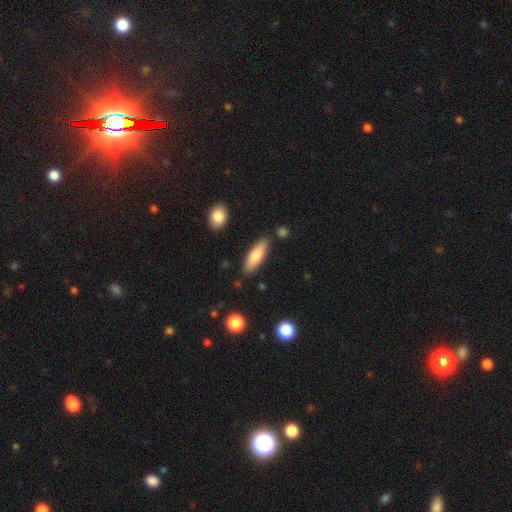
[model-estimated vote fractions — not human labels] smooth-or-featured: smooth: 76% | featured or disk: 18% | star or artifact: 6%
  how-rounded: cigar-shaped: 50% | in between: 48% | round: 2%
  merging: none: 82% | minor disturbance: 12% | merger: 4% | major disturbance: 2%